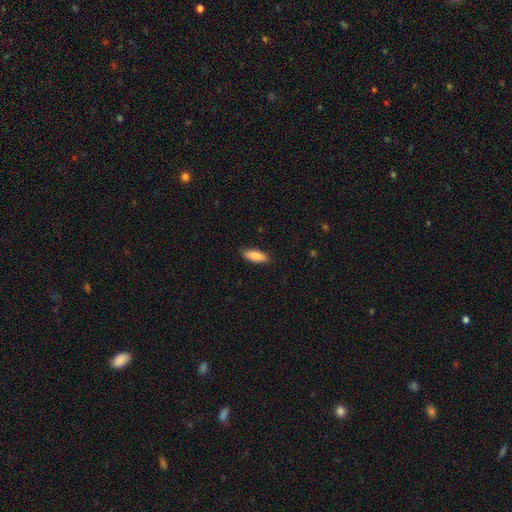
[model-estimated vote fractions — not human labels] The model was most divided on "how rounded": in between: 71%, cigar-shaped: 27%, round: 2%. More confident: merging — none (88%); smooth or featured — smooth (86%).